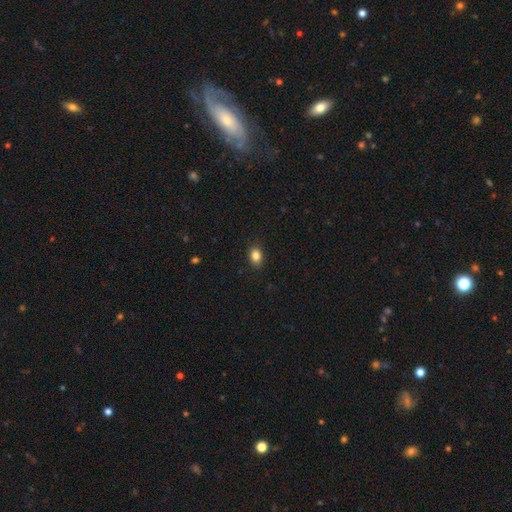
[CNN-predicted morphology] smooth 85%, star or artifact 10%, featured or disk 5%. Down the decision tree: how rounded — in between (72%); merging — none (88%).